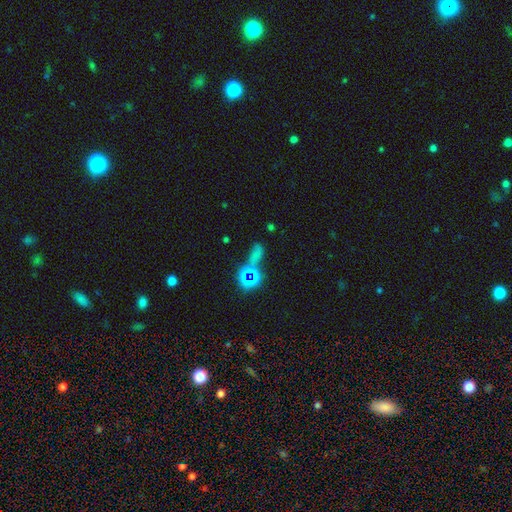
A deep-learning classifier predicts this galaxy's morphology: The model was most divided on "smooth or featured": star or artifact: 49%, smooth: 39%, featured or disk: 11%.